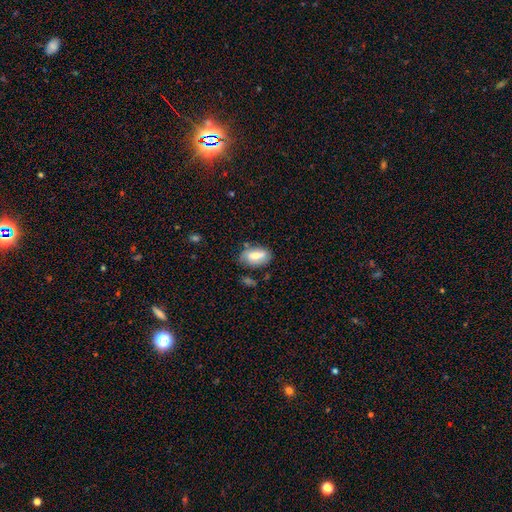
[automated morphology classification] The model was most divided on "smooth or featured": smooth: 61%, featured or disk: 32%, star or artifact: 8%. More confident: how rounded — in between (89%); merging — none (62%).